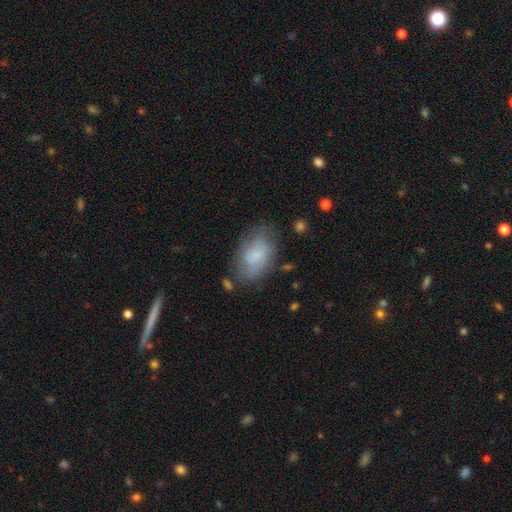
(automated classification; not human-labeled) smooth 69%, featured or disk 23%, star or artifact 7%. Down the decision tree: how rounded — in between (91%); merging — none (60%).